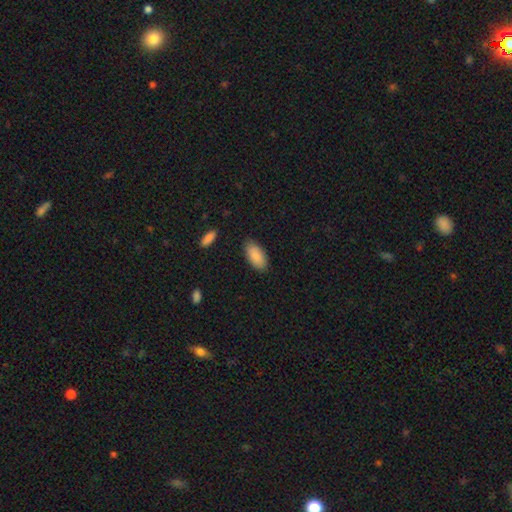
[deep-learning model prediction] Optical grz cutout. It shows a smooth galaxy with no disk features (89%) that is in between round and cigar-shaped (92%). Merging: none (84%).